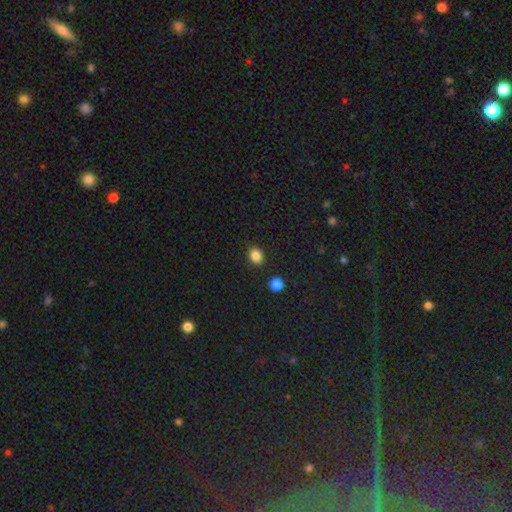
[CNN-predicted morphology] Smooth or featured? Predicted: smooth (p=0.85). How rounded? Predicted: round (p=0.50). Merging? Predicted: none (p=0.88).